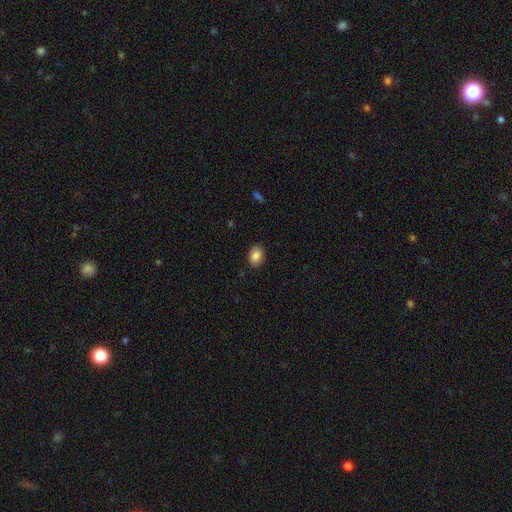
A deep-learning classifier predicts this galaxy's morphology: Smooth or featured? smooth (86%)
How rounded? in between (76%)
Merging? none (88%)